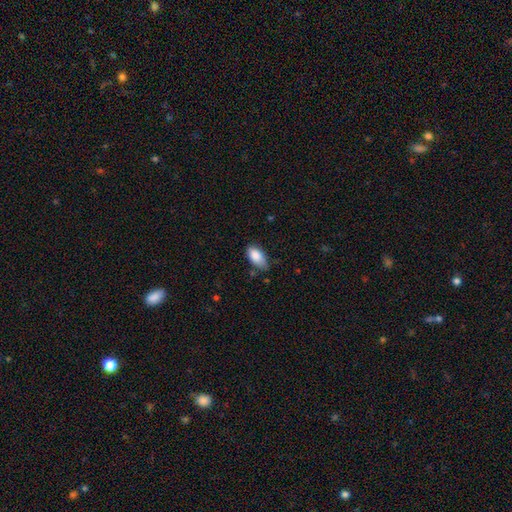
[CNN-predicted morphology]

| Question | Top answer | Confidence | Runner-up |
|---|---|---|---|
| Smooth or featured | smooth | 86% | featured or disk (7%) |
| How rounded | in between | 93% | cigar-shaped (4%) |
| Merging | none | 61% | minor disturbance (32%) |